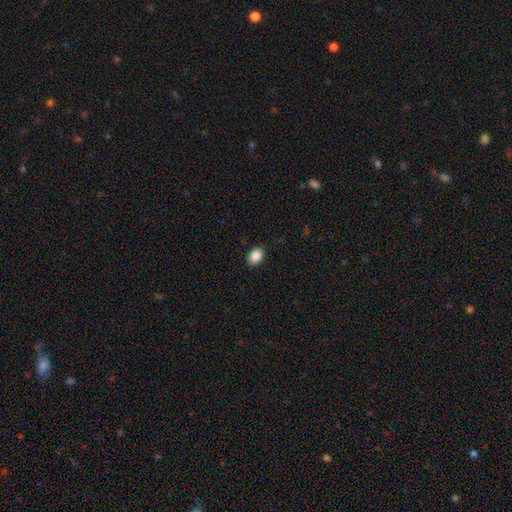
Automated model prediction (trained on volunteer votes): Overall: smooth (88%). How rounded: in between (71%). Merging: none (89%).